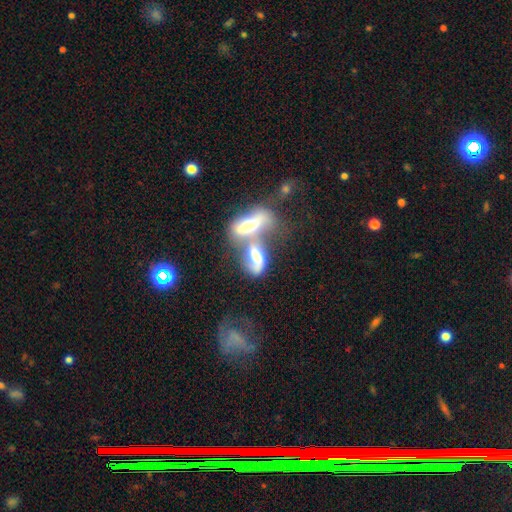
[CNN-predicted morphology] Smooth or featured? Predicted: smooth (p=0.49). Merging? Predicted: merger (p=0.74).